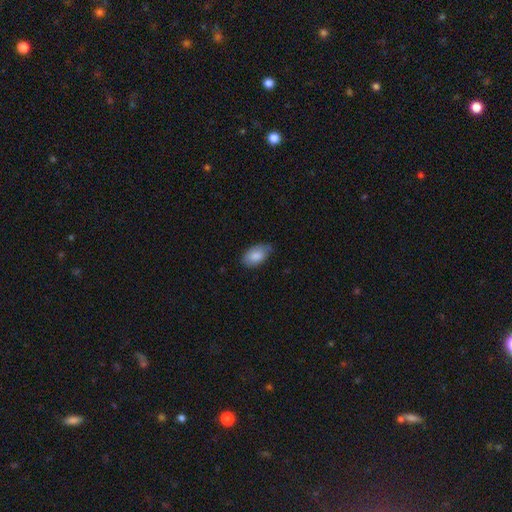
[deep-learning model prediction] The model was most divided on "merging": none: 63%, minor disturbance: 31%, major disturbance: 5%, merger: 1%. More confident: how rounded — in between (93%); smooth or featured — smooth (83%).